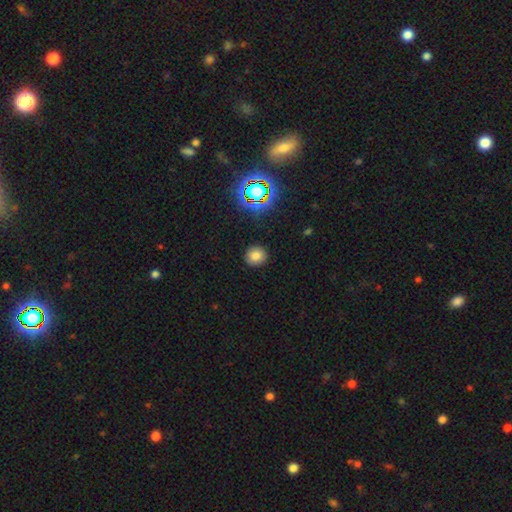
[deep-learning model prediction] Q: Smooth or featured?
A: smooth (78%); runner-up: star or artifact (16%)
Q: How rounded?
A: round (86%); runner-up: in between (13%)
Q: Merging?
A: none (89%); runner-up: minor disturbance (7%)